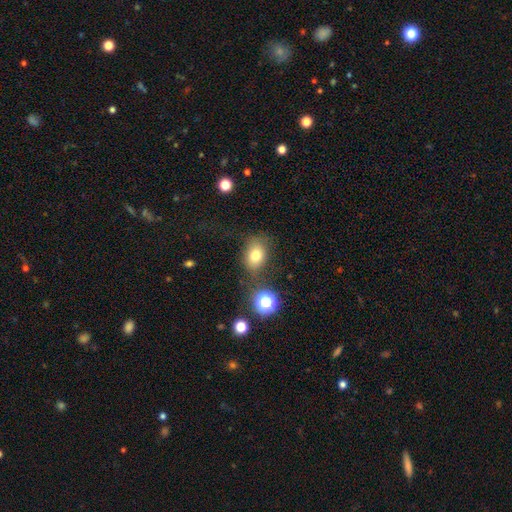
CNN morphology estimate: smooth 76%, star or artifact 14%, featured or disk 10%. Down the decision tree: how rounded — in between (63%); merging — none (70%).